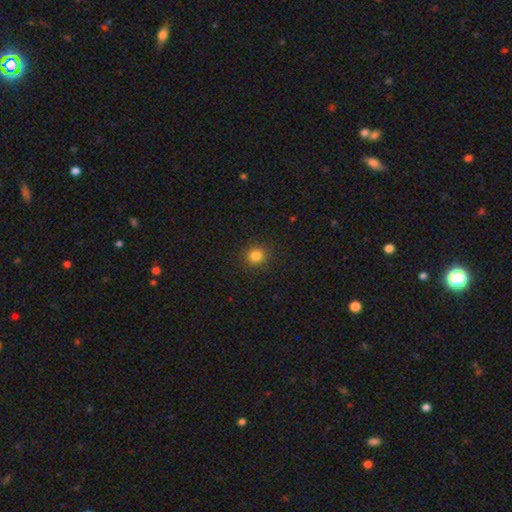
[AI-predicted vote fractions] Smooth or featured? smooth (83%)
How rounded? round (87%)
Merging? none (91%)